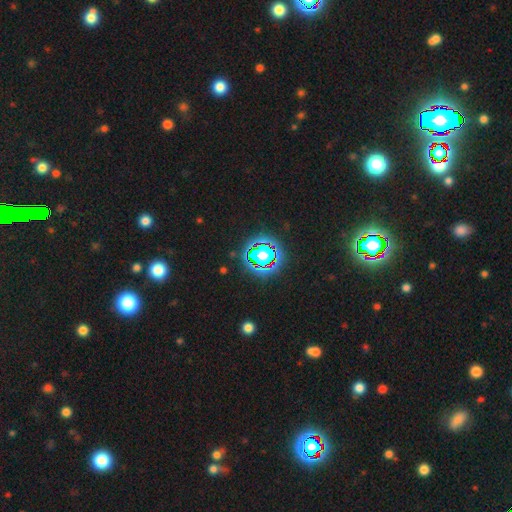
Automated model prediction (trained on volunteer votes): Smooth or featured: star or artifact — 81% (smooth — 13%)